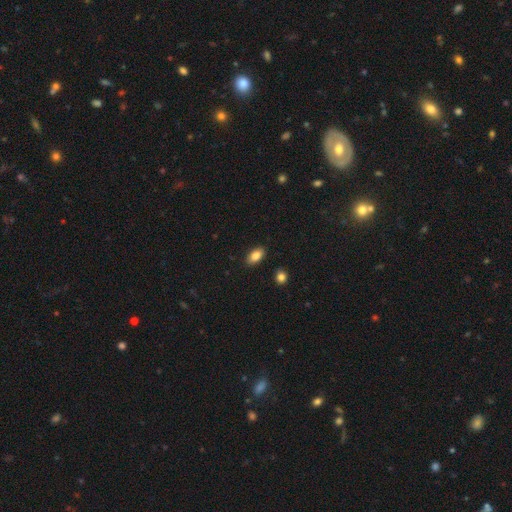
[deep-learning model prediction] Smooth or featured? smooth (85%)
How rounded? in between (92%)
Merging? none (88%)